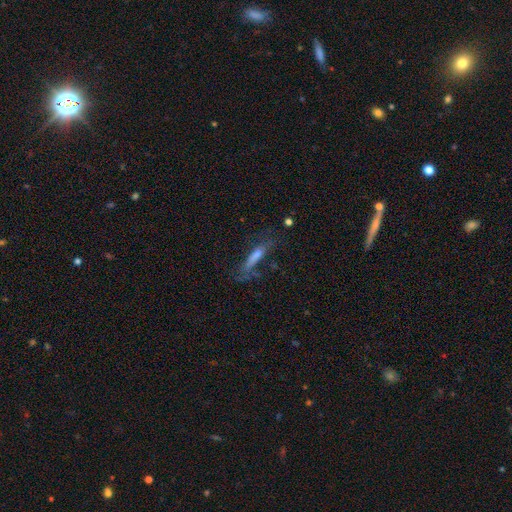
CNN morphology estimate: Q: Smooth or featured?
A: smooth (45%); runner-up: featured or disk (42%)
Q: Merging?
A: none (55%); runner-up: minor disturbance (23%)